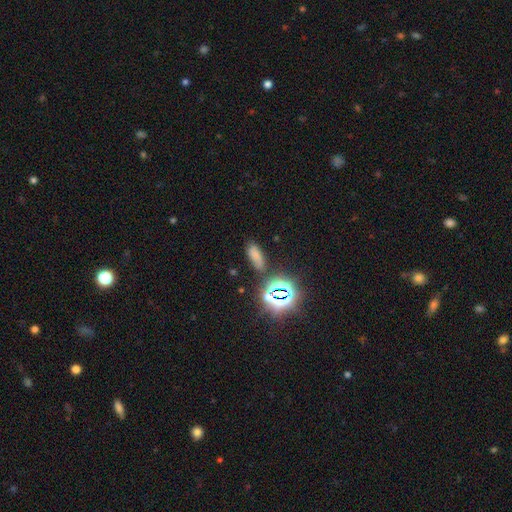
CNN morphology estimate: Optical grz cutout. It shows a smooth galaxy with no disk features (61%) that is in between round and cigar-shaped (73%). Merging: none (73%).